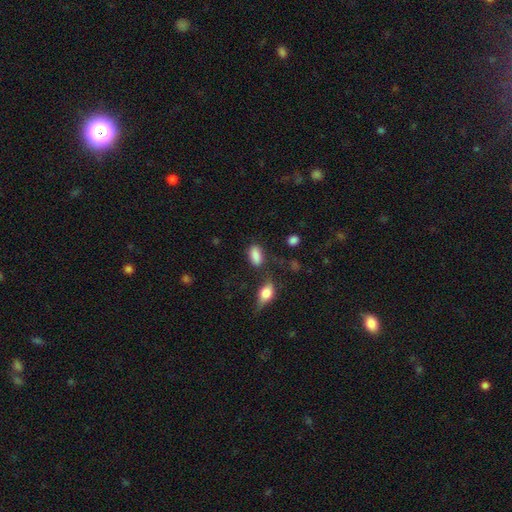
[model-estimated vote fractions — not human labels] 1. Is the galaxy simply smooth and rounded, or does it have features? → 86% smooth, 8% star or artifact, 6% featured or disk.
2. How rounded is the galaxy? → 90% in between, 6% round, 4% cigar-shaped.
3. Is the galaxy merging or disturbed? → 65% none, 19% minor disturbance, 9% merger, 7% major disturbance.